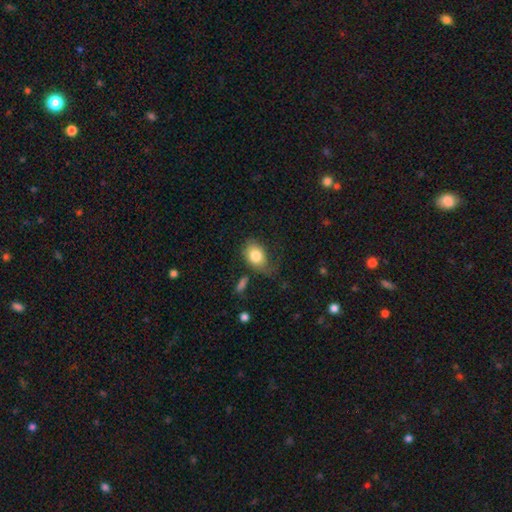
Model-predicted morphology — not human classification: Smooth or featured: smooth — 79% (featured or disk — 14%)
How rounded: in between — 74% (round — 25%)
Merging: none — 45% (minor disturbance — 27%)